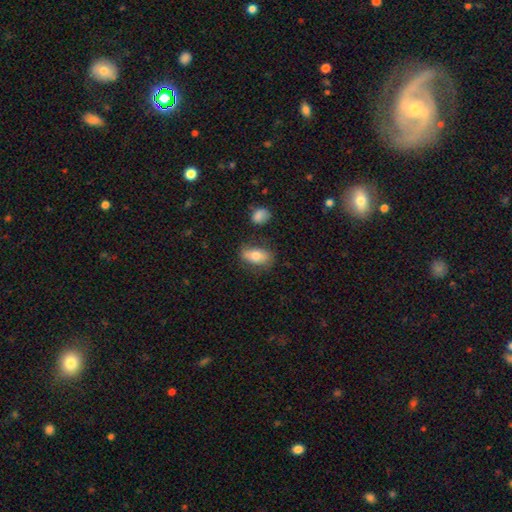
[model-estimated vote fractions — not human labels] Q: Smooth or featured?
A: smooth (74%); runner-up: featured or disk (19%)
Q: How rounded?
A: in between (88%); runner-up: round (7%)
Q: Merging?
A: none (73%); runner-up: minor disturbance (18%)